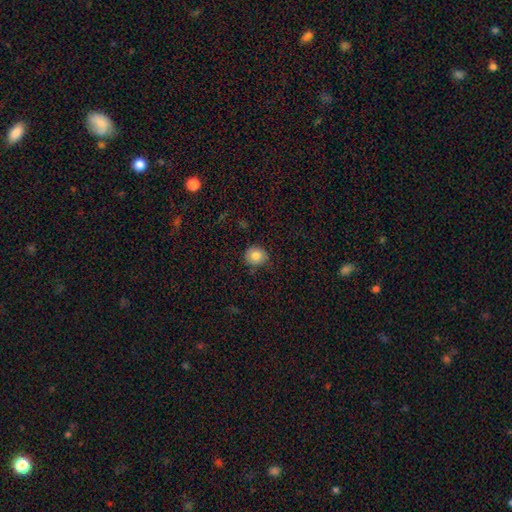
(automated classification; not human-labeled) Q: Smooth or featured?
A: smooth (83%); runner-up: star or artifact (10%)
Q: How rounded?
A: round (82%); runner-up: in between (17%)
Q: Merging?
A: none (80%); runner-up: minor disturbance (15%)